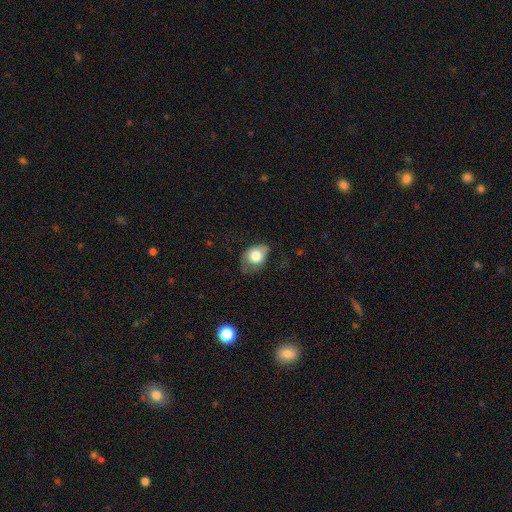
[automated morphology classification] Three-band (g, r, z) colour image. It shows a smooth galaxy with no disk features (70%) that is in between round and cigar-shaped (68%). Merging: none (46%).